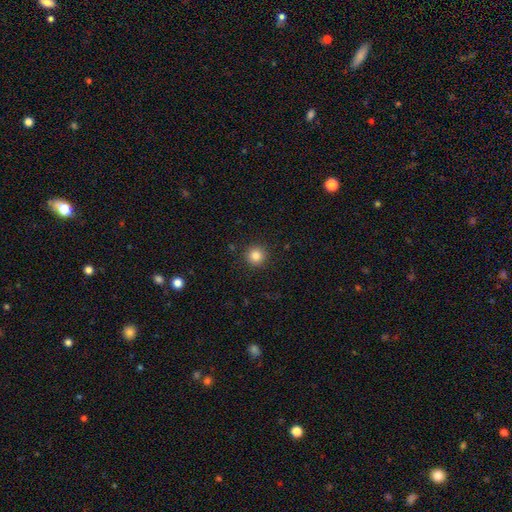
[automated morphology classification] Q: Smooth or featured?
A: smooth (84%); runner-up: star or artifact (11%)
Q: How rounded?
A: round (95%); runner-up: in between (4%)
Q: Merging?
A: none (92%); runner-up: minor disturbance (5%)